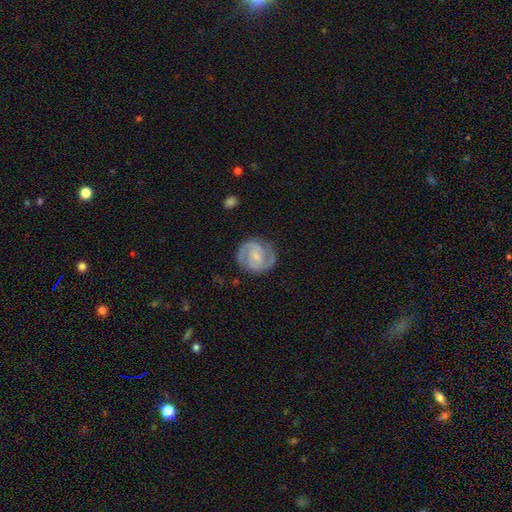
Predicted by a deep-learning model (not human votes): featured or disk 86%, smooth 10%, star or artifact 5%. Down the decision tree: edge-on disk — no (98%); bar — weak (48%); spiral arms — yes (97%); spiral arm count — 2 (91%); spiral winding — medium (47%); bulge size — small (60%); merging — none (83%).